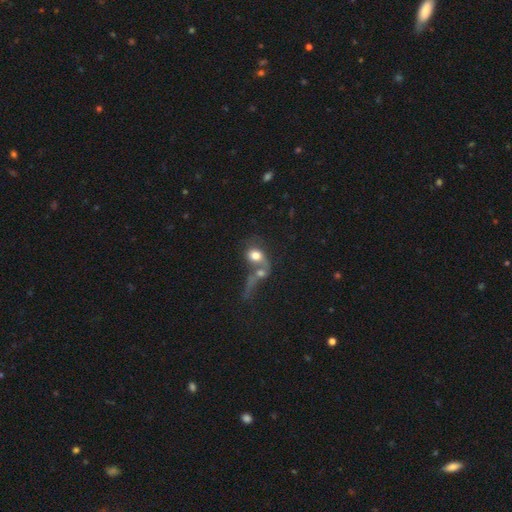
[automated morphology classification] type=smooth (67%); roundness=in between (49%); merging=merger (65%).